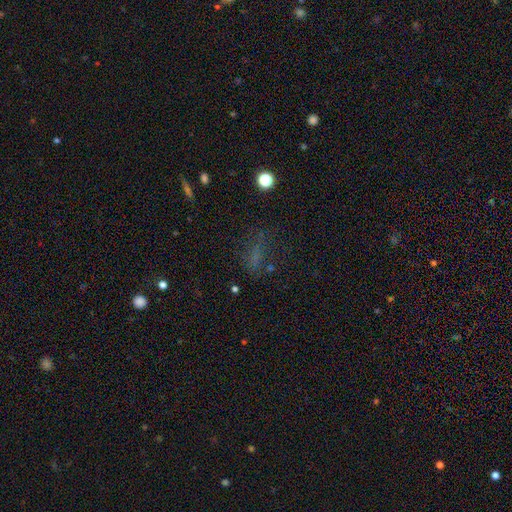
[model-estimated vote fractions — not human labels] smooth_or_featured: smooth (p=0.49) [alt: star or artifact p=0.33]
merging: none (p=0.55) [alt: major disturbance p=0.21]